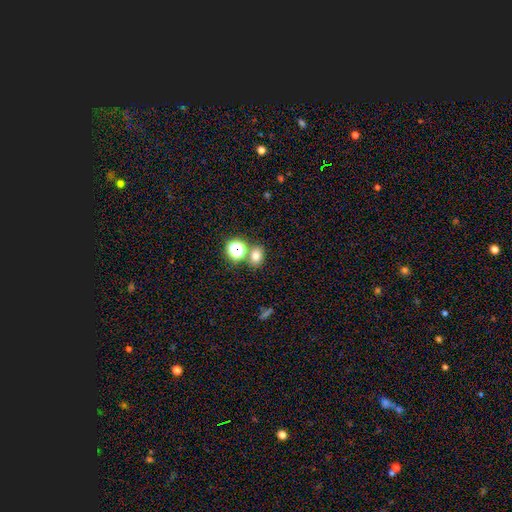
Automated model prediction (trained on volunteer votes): smooth-or-featured: smooth: 72% | star or artifact: 20% | featured or disk: 7%
  how-rounded: round: 50% | in between: 49% | cigar-shaped: 1%
  merging: none: 70% | merger: 18% | minor disturbance: 9% | major disturbance: 3%